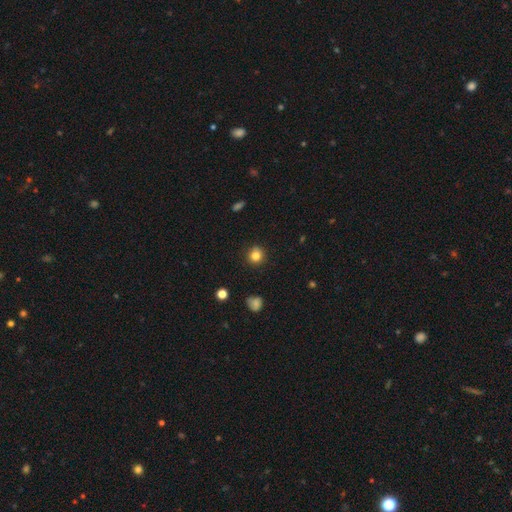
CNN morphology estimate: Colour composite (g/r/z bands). It shows a smooth galaxy with no disk features (83%) that is round (90%). Merging: none (89%).